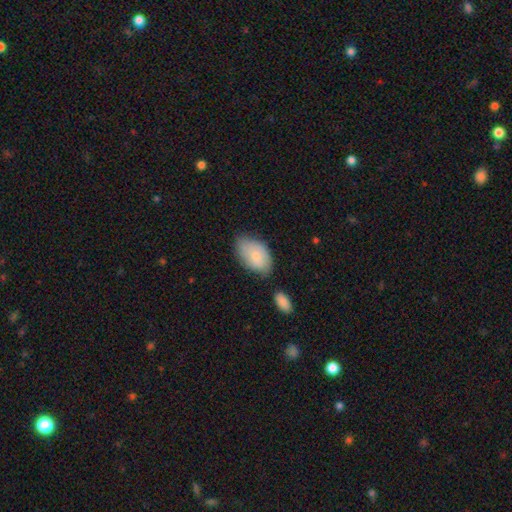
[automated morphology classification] Q: Smooth or featured?
A: smooth (76%); runner-up: featured or disk (18%)
Q: How rounded?
A: in between (93%); runner-up: round (6%)
Q: Merging?
A: none (59%); runner-up: minor disturbance (27%)